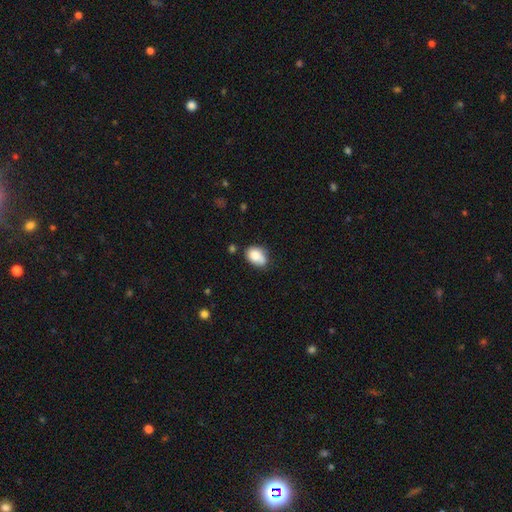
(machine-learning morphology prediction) smooth-or-featured: smooth: 82% | featured or disk: 10% | star or artifact: 8%
  how-rounded: in between: 77% | round: 22% | cigar-shaped: 1%
  merging: none: 53% | minor disturbance: 30% | merger: 10% | major disturbance: 7%